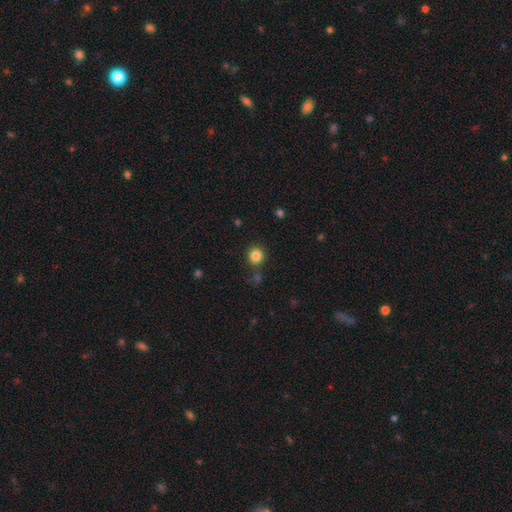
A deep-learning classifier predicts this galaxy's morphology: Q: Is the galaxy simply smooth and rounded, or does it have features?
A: smooth — 84%.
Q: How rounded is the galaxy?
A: round — 92%.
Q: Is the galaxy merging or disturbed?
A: none — 84%.